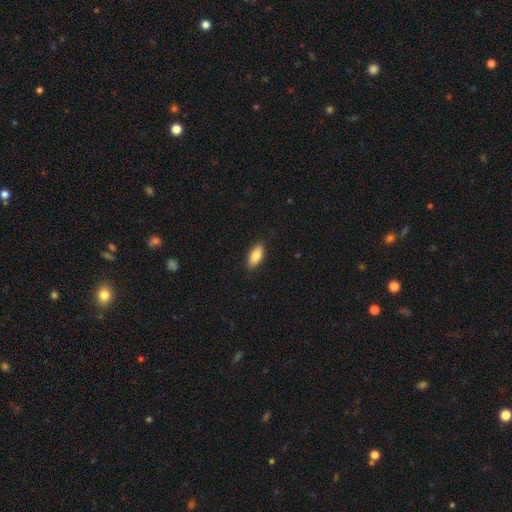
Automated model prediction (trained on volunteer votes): A smooth galaxy with no disk features (84%) that is in between round and cigar-shaped (85%).

Vote fractions:
- Smooth or featured? smooth: 84% / featured or disk: 10% / star or artifact: 6%
- How rounded? in between: 85% / cigar-shaped: 13% / round: 2%
- Merging? none: 89% / minor disturbance: 8% / major disturbance: 2% / merger: 1%